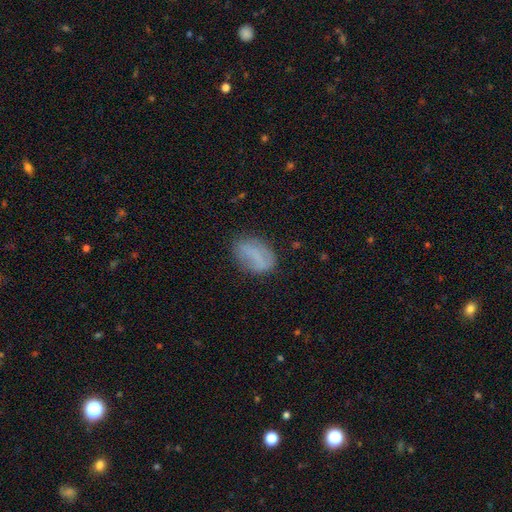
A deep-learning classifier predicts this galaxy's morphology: This is likely a smooth galaxy (61%). How rounded: clearly in between (86%). Merging: likely none (70%).